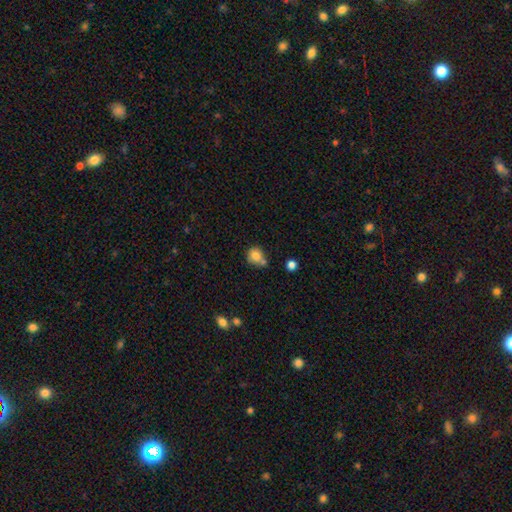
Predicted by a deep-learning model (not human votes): Morphology: type=smooth (81%); roundness=round (77%); merging=none (50%).